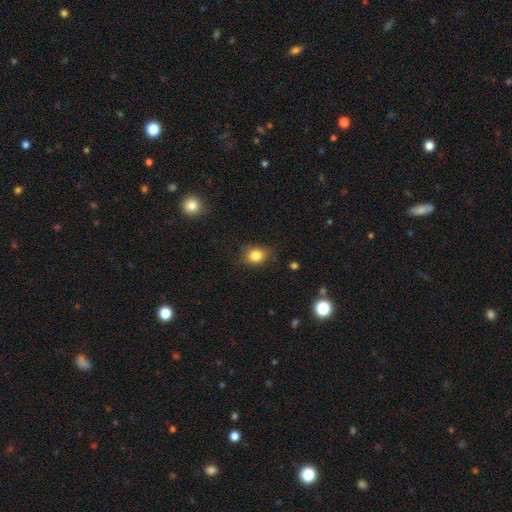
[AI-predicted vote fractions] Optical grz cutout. It shows a smooth galaxy with no disk features (83%) that is round (53%). Merging: none (79%).